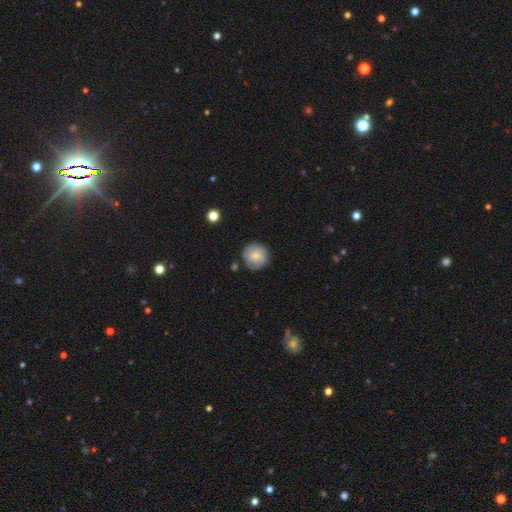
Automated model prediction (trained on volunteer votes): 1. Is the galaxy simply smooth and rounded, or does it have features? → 74% smooth, 19% featured or disk, 7% star or artifact.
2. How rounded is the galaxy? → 93% round, 6% in between, 1% cigar-shaped.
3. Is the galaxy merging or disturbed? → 82% none, 13% minor disturbance, 3% major disturbance, 2% merger.